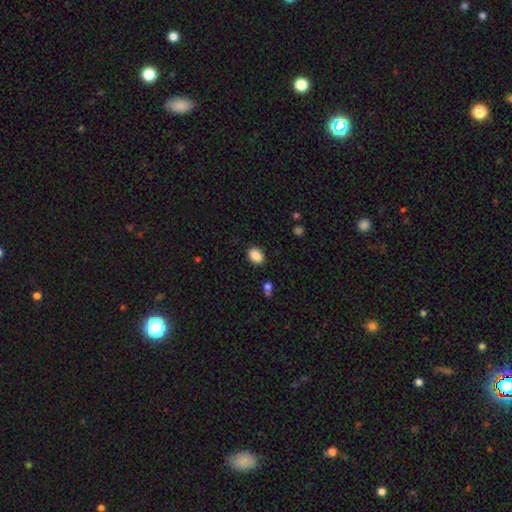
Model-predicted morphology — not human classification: This is clearly a smooth galaxy (89%). How rounded: likely in between (75%). Merging: clearly none (87%).